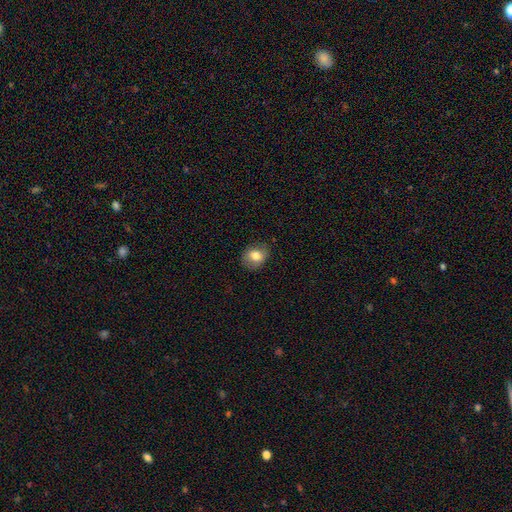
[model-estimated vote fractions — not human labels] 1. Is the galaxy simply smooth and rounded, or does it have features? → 77% smooth, 14% featured or disk, 9% star or artifact.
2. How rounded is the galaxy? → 50% in between, 49% round, 1% cigar-shaped.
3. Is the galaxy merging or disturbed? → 81% none, 15% minor disturbance, 4% major disturbance, 1% merger.